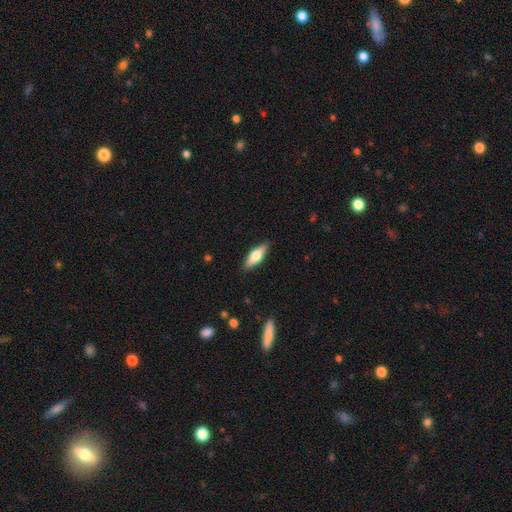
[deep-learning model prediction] Morphology: type=smooth (57%); roundness=in between (60%); merging=none (87%).